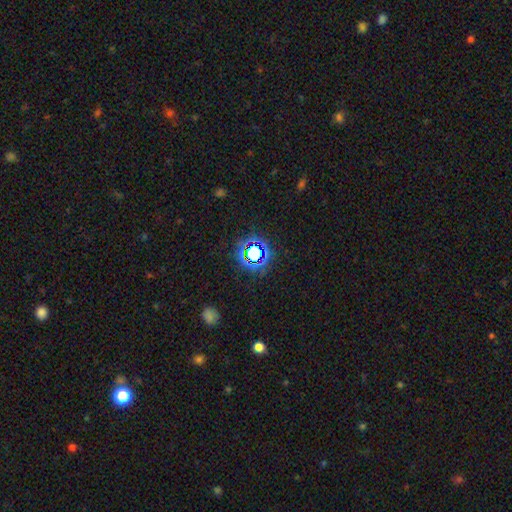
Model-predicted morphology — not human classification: type=star or artifact (69%).